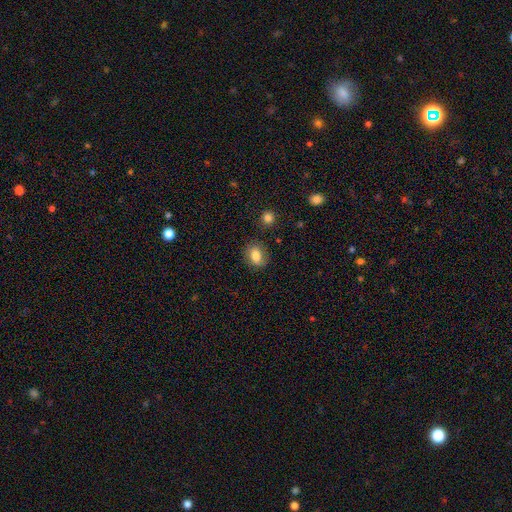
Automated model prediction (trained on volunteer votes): Overall: smooth (79%). How rounded: in between (61%; round 37%). Merging: none (77%).